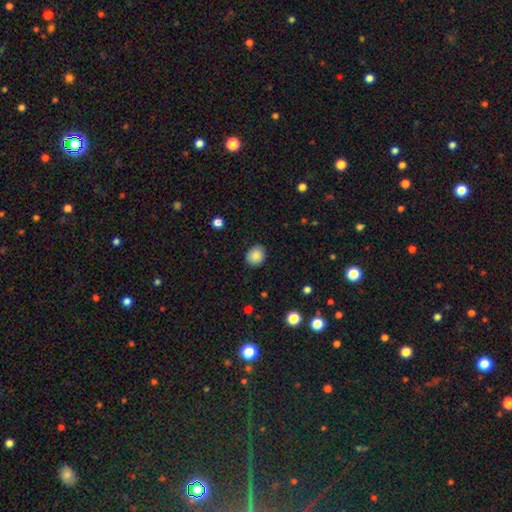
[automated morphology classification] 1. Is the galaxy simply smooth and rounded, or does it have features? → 87% smooth, 9% star or artifact, 4% featured or disk.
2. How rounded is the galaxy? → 71% round, 28% in between, 1% cigar-shaped.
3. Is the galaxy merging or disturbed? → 87% none, 9% minor disturbance, 2% major disturbance, 1% merger.